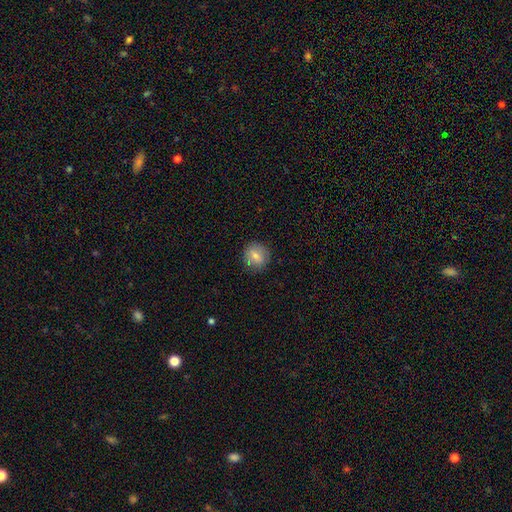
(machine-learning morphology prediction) The model was most divided on "smooth or featured": smooth: 74%, featured or disk: 17%, star or artifact: 9%. More confident: how rounded — round (85%); merging — none (82%).